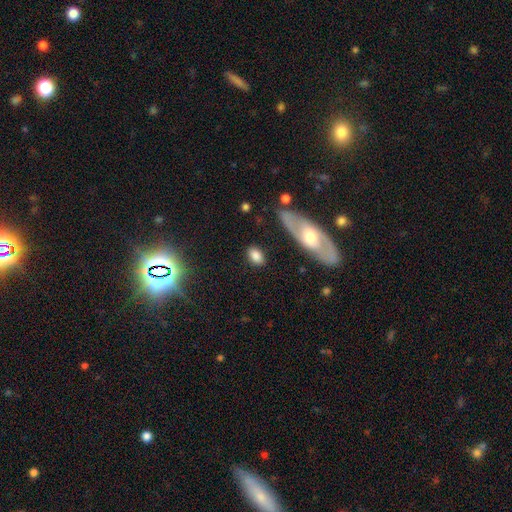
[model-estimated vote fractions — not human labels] Q: Smooth or featured?
A: smooth (81%); runner-up: featured or disk (12%)
Q: How rounded?
A: in between (82%); runner-up: round (14%)
Q: Merging?
A: none (82%); runner-up: minor disturbance (12%)